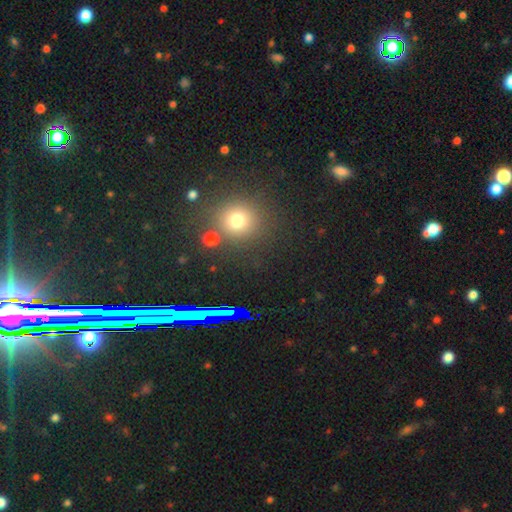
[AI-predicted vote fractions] Smooth or featured? Predicted: smooth (p=0.49). Merging? Predicted: none (p=0.89).